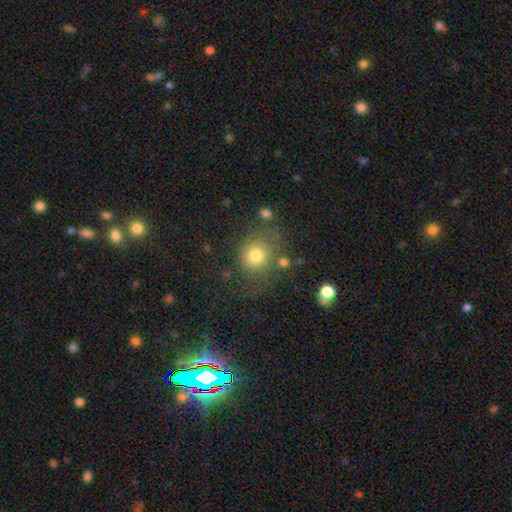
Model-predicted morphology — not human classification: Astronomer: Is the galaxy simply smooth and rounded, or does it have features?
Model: smooth — 76%.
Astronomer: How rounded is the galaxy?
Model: round — 77%.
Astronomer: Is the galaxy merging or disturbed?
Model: none — 64%.